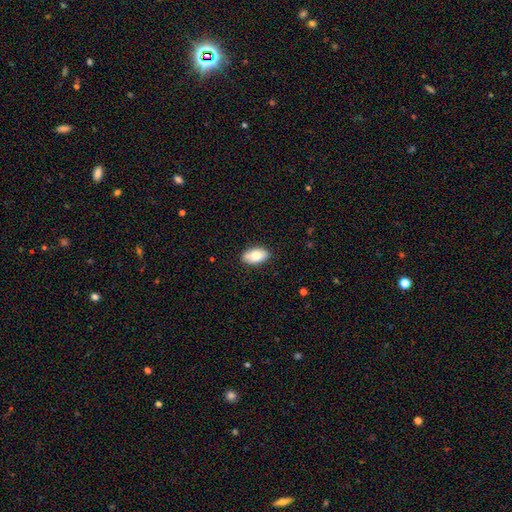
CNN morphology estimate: Overall: smooth (82%). How rounded: in between (93%). Merging: none (85%).